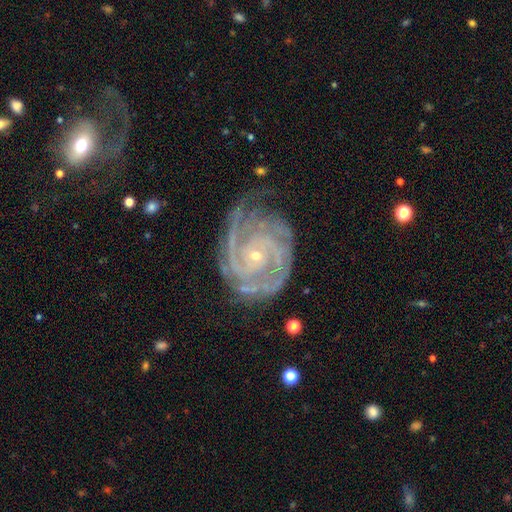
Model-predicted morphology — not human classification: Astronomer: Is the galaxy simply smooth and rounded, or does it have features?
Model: featured or disk — 92%.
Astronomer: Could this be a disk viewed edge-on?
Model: no — 98%.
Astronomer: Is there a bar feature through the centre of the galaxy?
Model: no — 69%.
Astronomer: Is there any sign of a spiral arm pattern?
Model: yes — 98%.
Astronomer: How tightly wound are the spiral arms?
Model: tight — 76%.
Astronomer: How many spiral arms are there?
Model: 2 — 31% (runner-up: 3, 26%).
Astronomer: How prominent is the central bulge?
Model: small — 80%.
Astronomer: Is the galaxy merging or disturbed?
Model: none — 63%.